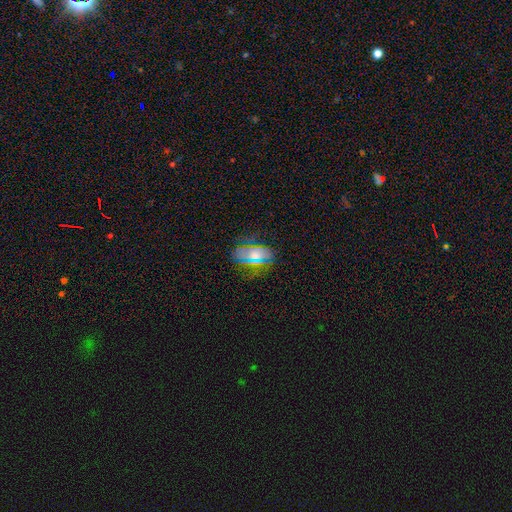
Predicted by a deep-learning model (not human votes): smooth_or_featured: smooth (p=0.56) [alt: star or artifact p=0.24]
how_rounded: in between (p=0.82) [alt: round p=0.13]
merging: none (p=0.70) [alt: minor disturbance p=0.21]